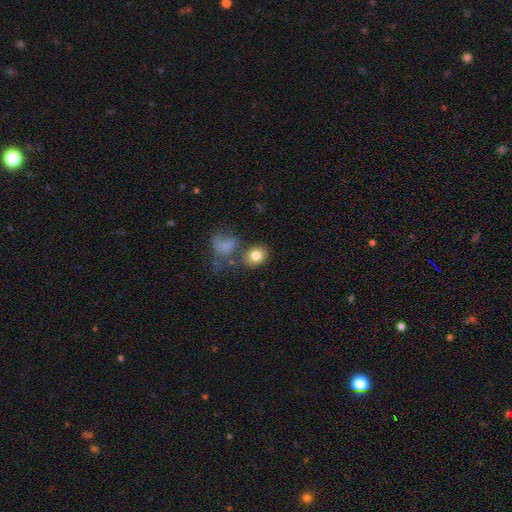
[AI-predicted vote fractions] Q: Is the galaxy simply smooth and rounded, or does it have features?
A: smooth — 80%.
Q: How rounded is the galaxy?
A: round — 50%.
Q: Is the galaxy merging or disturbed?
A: none — 65%.